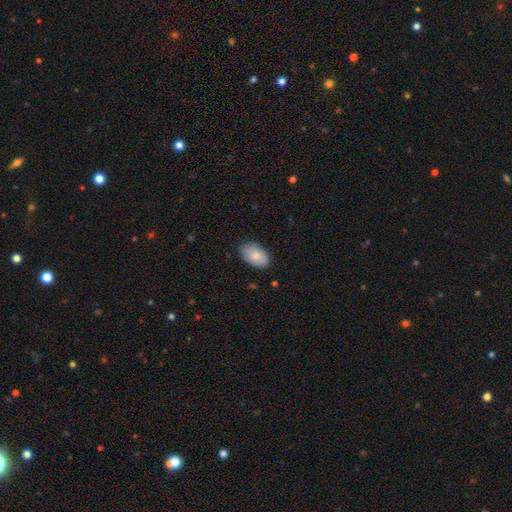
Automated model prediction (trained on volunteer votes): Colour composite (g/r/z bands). It shows a smooth galaxy with no disk features (82%) that is in between round and cigar-shaped (92%). Merging: none (82%).